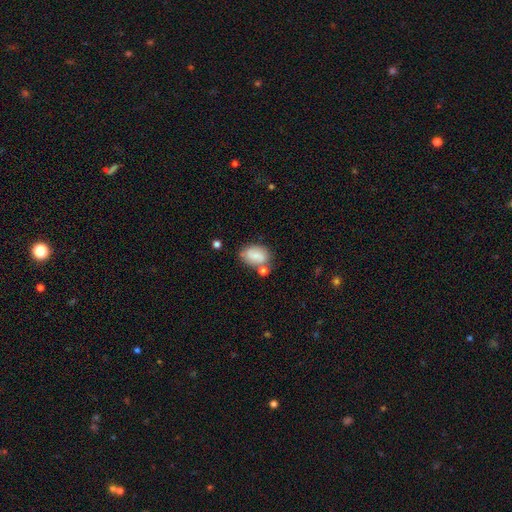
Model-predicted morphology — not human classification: smooth-or-featured: smooth: 77% | featured or disk: 15% | star or artifact: 8%
  how-rounded: in between: 79% | round: 19% | cigar-shaped: 1%
  merging: none: 58% | minor disturbance: 19% | merger: 17% | major disturbance: 6%